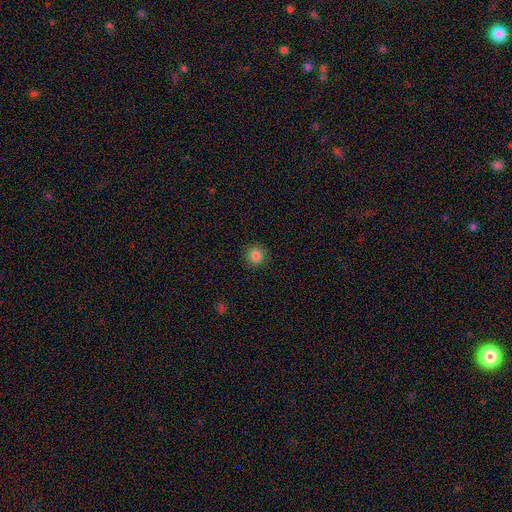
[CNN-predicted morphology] Smooth or featured? Predicted: smooth (p=0.85). How rounded? Predicted: round (p=0.90). Merging? Predicted: none (p=0.89).